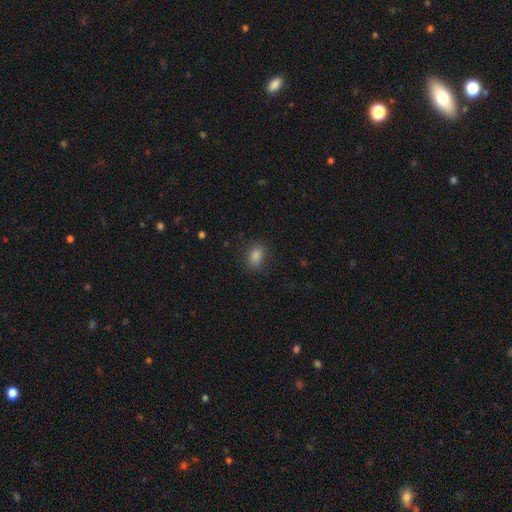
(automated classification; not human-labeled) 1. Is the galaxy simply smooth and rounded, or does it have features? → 82% smooth, 13% star or artifact, 5% featured or disk.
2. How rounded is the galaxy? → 72% in between, 27% round, 2% cigar-shaped.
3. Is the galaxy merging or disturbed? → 85% none, 11% minor disturbance, 3% major disturbance, 1% merger.